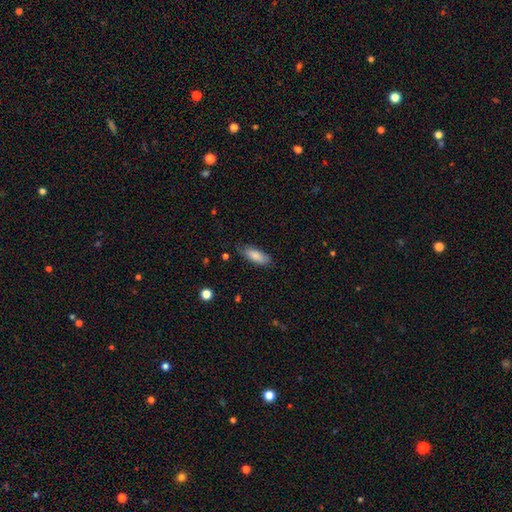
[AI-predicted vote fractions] Smooth or featured? smooth (85%)
How rounded? in between (72%)
Merging? none (74%)